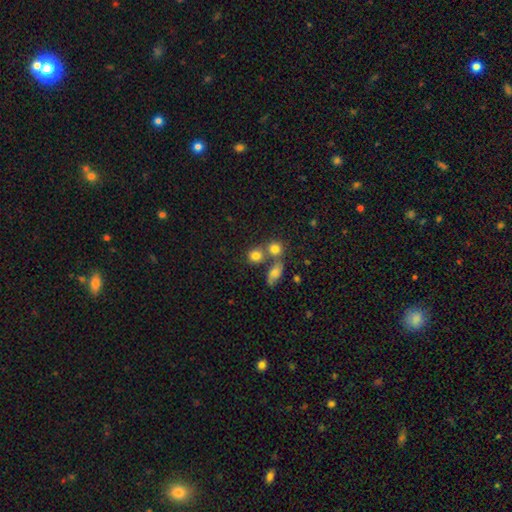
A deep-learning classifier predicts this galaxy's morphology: smooth_or_featured: smooth (p=0.79) [alt: star or artifact p=0.11]
how_rounded: round (p=0.79) [alt: in between p=0.20]
merging: none (p=0.52) [alt: merger p=0.35]